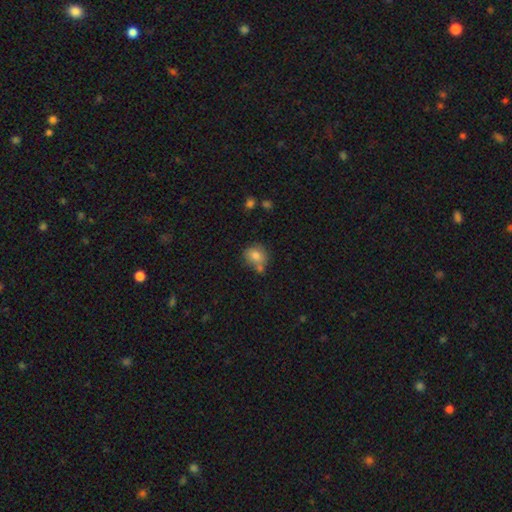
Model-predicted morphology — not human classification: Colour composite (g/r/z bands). It shows a smooth galaxy with no disk features (78%) that is round (77%). Merging: none (58%).